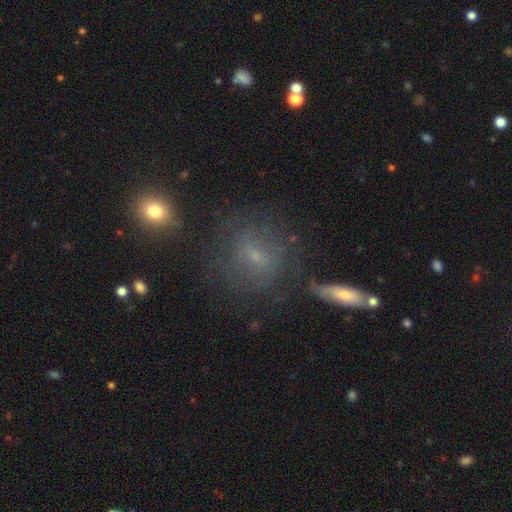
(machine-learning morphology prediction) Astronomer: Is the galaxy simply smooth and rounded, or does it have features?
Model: smooth — 42% (runner-up: featured or disk, 38%).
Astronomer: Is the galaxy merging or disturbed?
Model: none — 70%.